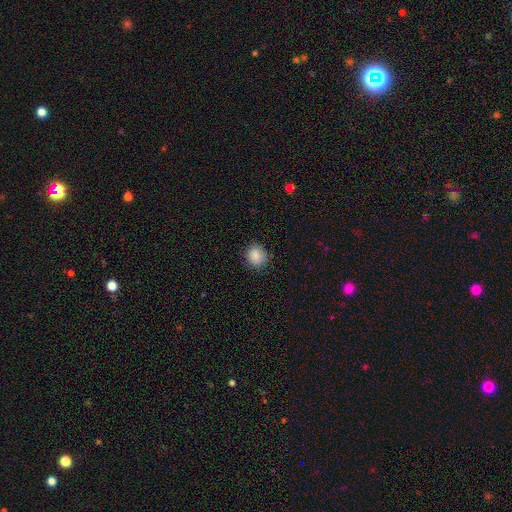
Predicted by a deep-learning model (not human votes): Smooth or featured?
  - smooth: 86% *
  - star or artifact: 9%
  - featured or disk: 5%
How rounded?
  - round: 83% *
  - in between: 16%
  - cigar-shaped: 1%
Merging?
  - none: 85% *
  - minor disturbance: 11%
  - major disturbance: 3%
  - merger: 1%